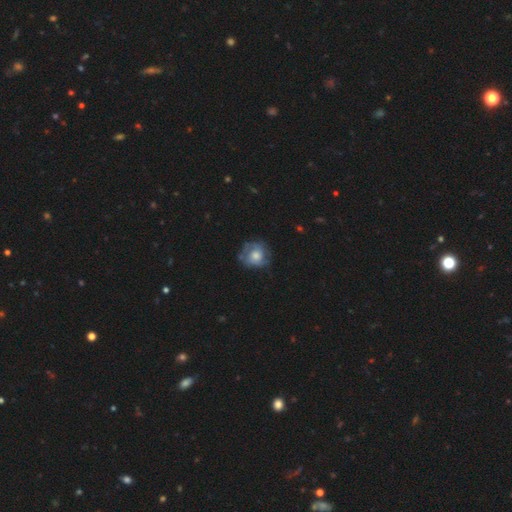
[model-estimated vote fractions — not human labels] The model was most divided on "smooth or featured": smooth: 47%, featured or disk: 45%, star or artifact: 8%. More confident: merging — none (62%).